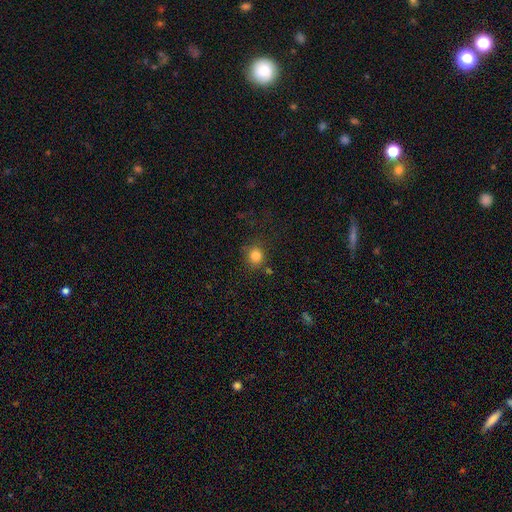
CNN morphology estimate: This appears to be a smooth galaxy with no disk features (83%) that is round (87%). Merging: none (80%).